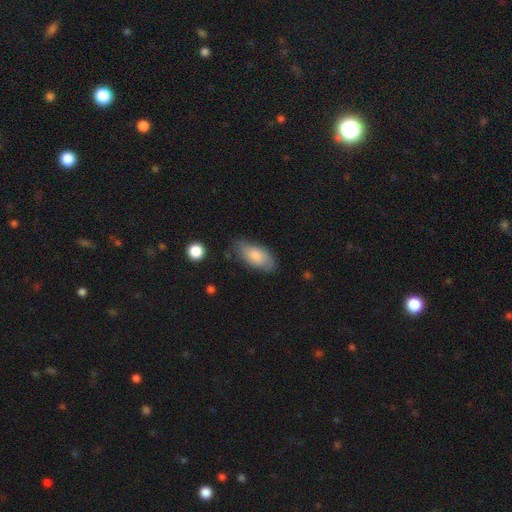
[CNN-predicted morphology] Q: Smooth or featured?
A: smooth (78%); runner-up: featured or disk (16%)
Q: How rounded?
A: in between (91%); runner-up: cigar-shaped (7%)
Q: Merging?
A: none (69%); runner-up: minor disturbance (23%)